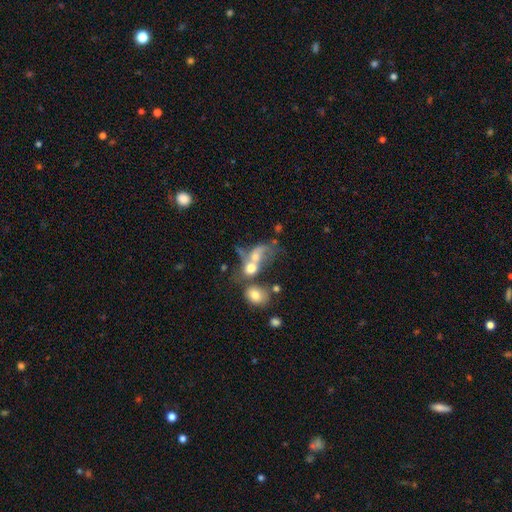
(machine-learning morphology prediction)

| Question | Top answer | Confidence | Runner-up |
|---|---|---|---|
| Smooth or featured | smooth | 51% | featured or disk (36%) |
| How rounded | in between | 66% | round (30%) |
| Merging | merger | 65% | major disturbance (16%) |